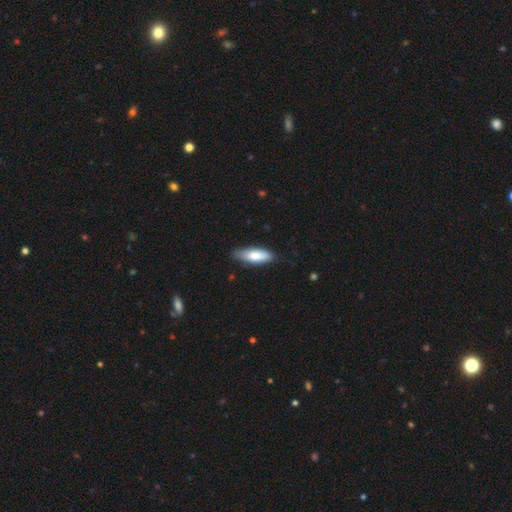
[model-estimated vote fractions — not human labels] This is likely a smooth galaxy (75%). How rounded: likely in between (60%). Merging: likely none (73%).